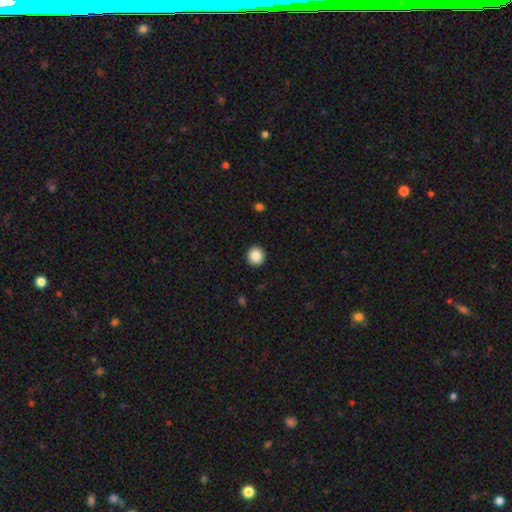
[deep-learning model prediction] Morphology: type=smooth (87%); roundness=round (92%); merging=none (93%).